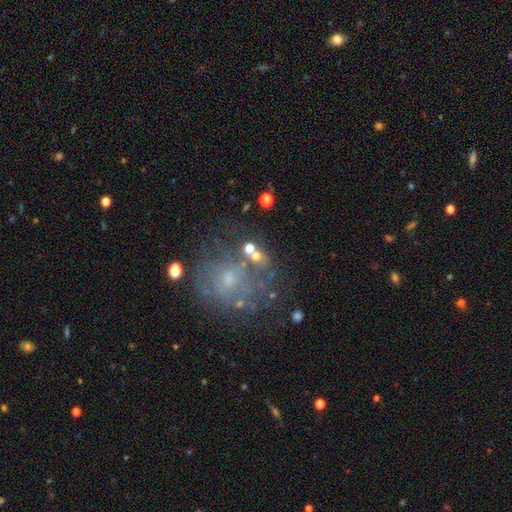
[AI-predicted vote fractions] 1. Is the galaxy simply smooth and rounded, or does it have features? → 52% smooth, 28% featured or disk, 20% star or artifact.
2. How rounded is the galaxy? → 65% round, 33% in between, 2% cigar-shaped.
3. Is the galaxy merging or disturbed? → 53% none, 17% minor disturbance, 16% merger, 14% major disturbance.